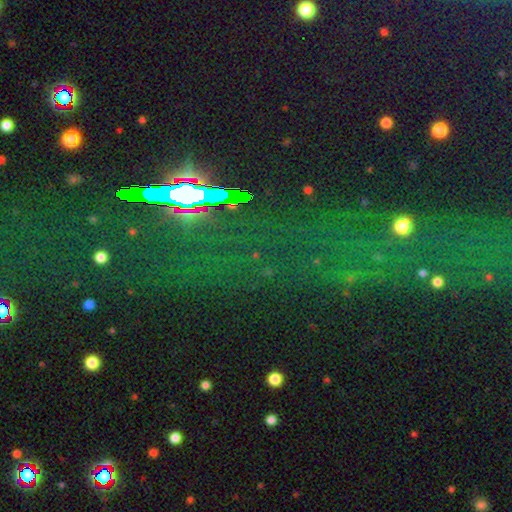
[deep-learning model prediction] smooth_or_featured: star or artifact (p=0.73) [alt: smooth p=0.16]